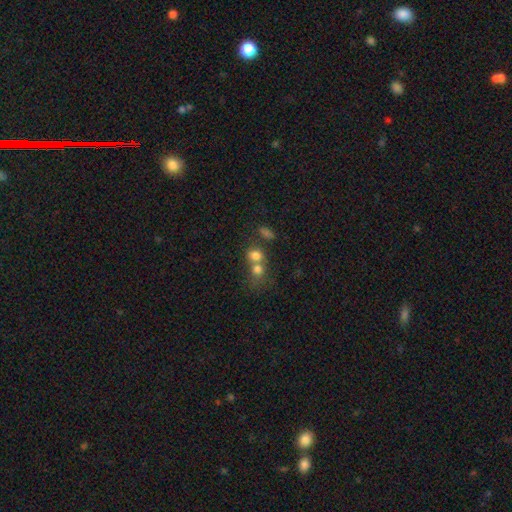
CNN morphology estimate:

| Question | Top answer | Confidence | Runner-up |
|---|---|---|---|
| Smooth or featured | smooth | 74% | featured or disk (13%) |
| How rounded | round | 65% | in between (33%) |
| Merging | merger | 60% | none (29%) |